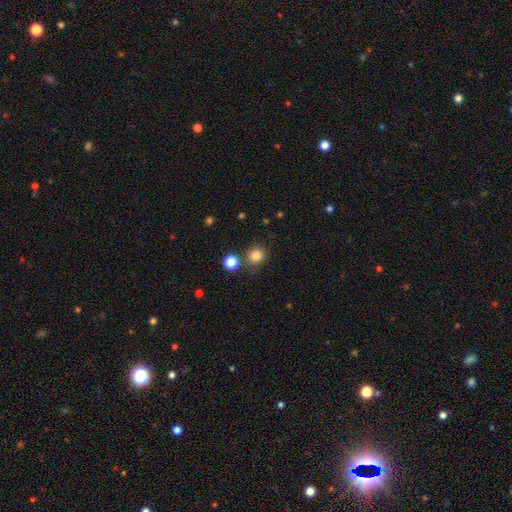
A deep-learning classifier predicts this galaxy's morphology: type=smooth (83%); roundness=round (86%); merging=none (78%).